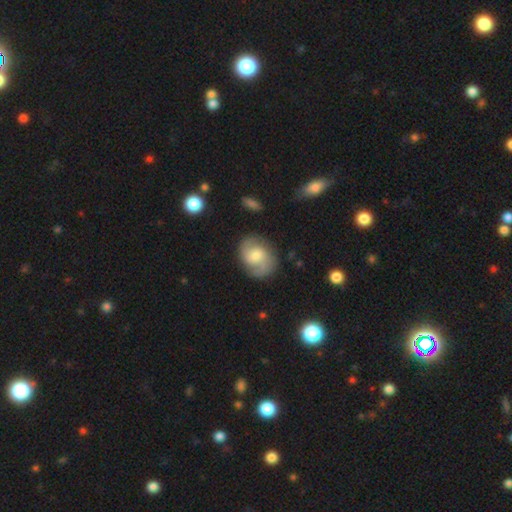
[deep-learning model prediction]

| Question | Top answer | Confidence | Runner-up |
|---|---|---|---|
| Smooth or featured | featured or disk | 67% | smooth (25%) |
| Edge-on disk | no | 98% | yes (2%) |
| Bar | no | 51% | weak (41%) |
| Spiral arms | yes | 92% | no (8%) |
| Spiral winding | medium | 50% | tight (25%) |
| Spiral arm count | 2 | 86% | can't tell (7%) |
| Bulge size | moderate | 41% | small (36%) |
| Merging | none | 77% | minor disturbance (15%) |